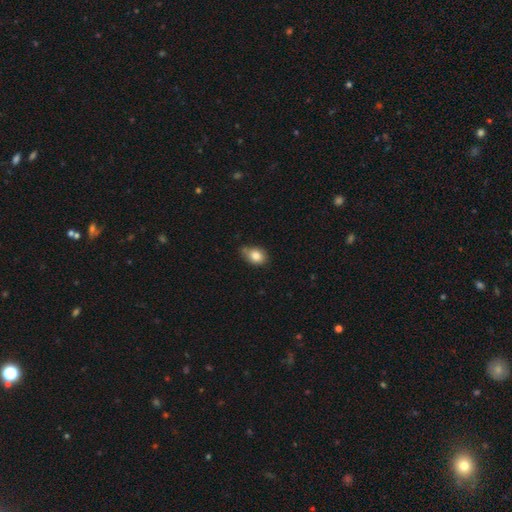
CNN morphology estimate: This is clearly a smooth galaxy (84%). How rounded: likely in between (65%). Merging: likely none (64%).